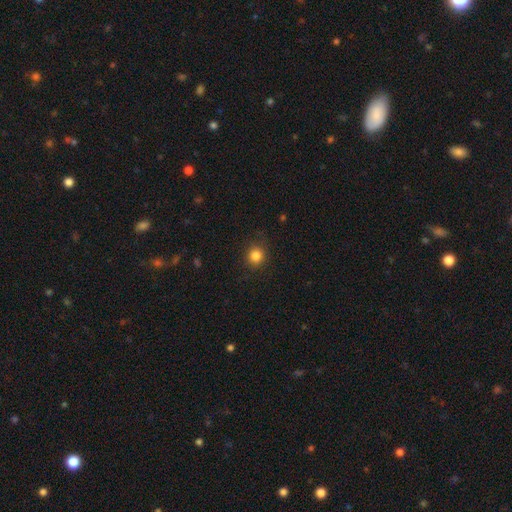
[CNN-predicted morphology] Smooth or featured: smooth — 84% (star or artifact — 11%)
How rounded: round — 87% (in between — 12%)
Merging: none — 87% (minor disturbance — 9%)